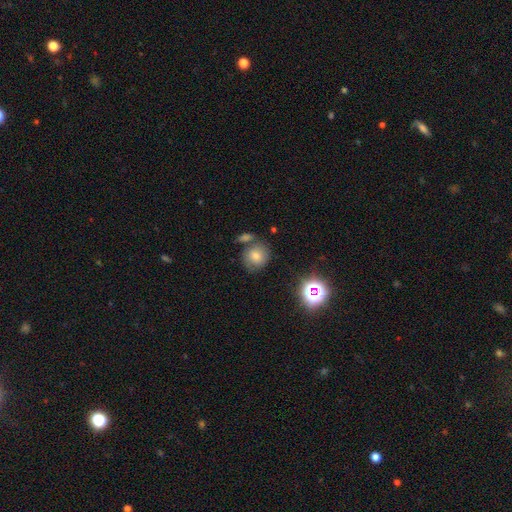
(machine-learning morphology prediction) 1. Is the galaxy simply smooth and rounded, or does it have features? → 62% smooth, 20% featured or disk, 18% star or artifact.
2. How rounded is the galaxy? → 84% round, 15% in between, 1% cigar-shaped.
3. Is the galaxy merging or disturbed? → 62% none, 19% merger, 14% minor disturbance, 5% major disturbance.